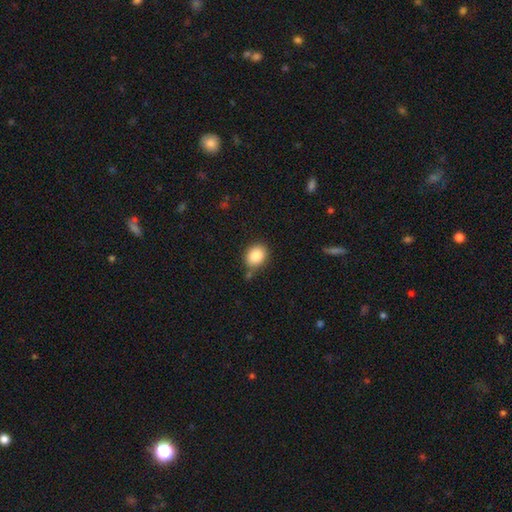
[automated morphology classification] smooth_or_featured: smooth (p=0.87) [alt: star or artifact p=0.08]
how_rounded: in between (p=0.53) [alt: round p=0.46]
merging: none (p=0.67) [alt: minor disturbance p=0.20]